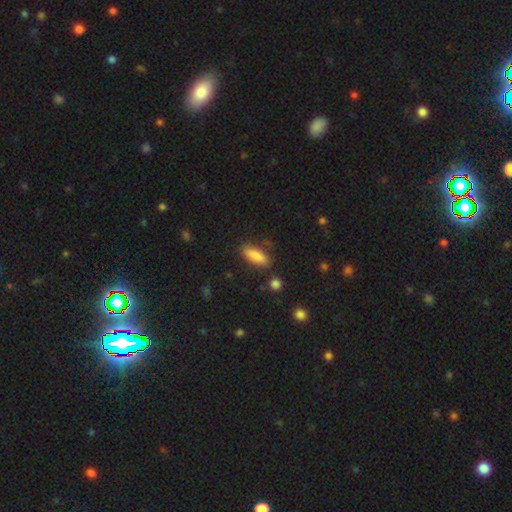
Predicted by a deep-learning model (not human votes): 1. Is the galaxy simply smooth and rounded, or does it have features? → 86% smooth, 7% star or artifact, 7% featured or disk.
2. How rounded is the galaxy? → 59% in between, 39% cigar-shaped, 2% round.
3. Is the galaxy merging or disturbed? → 79% none, 14% minor disturbance, 4% major disturbance, 3% merger.